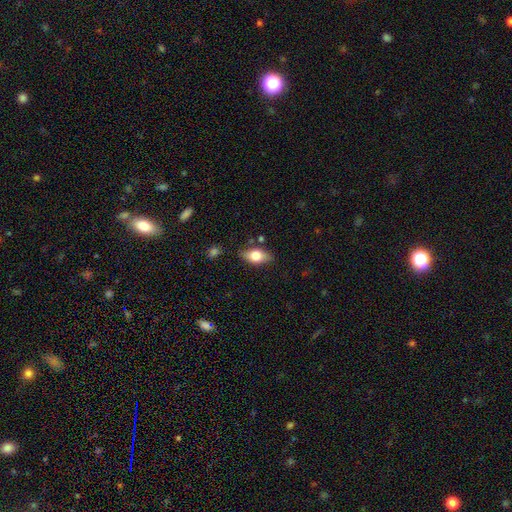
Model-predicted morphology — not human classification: smooth-or-featured: smooth: 75% | featured or disk: 18% | star or artifact: 7%
  how-rounded: in between: 87% | round: 8% | cigar-shaped: 6%
  merging: none: 79% | minor disturbance: 15% | major disturbance: 3% | merger: 3%